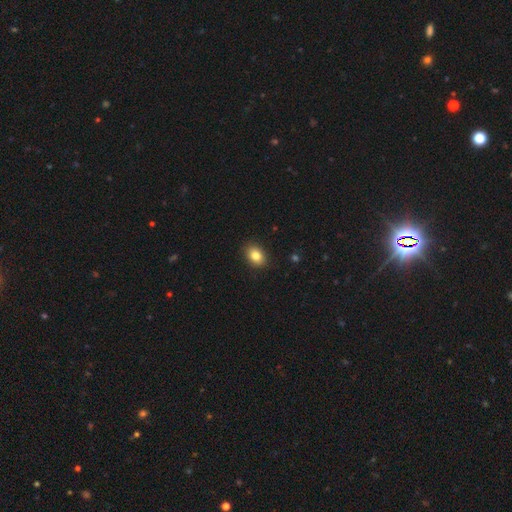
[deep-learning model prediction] Overall: smooth (84%). How rounded: in between (72%). Merging: none (89%).